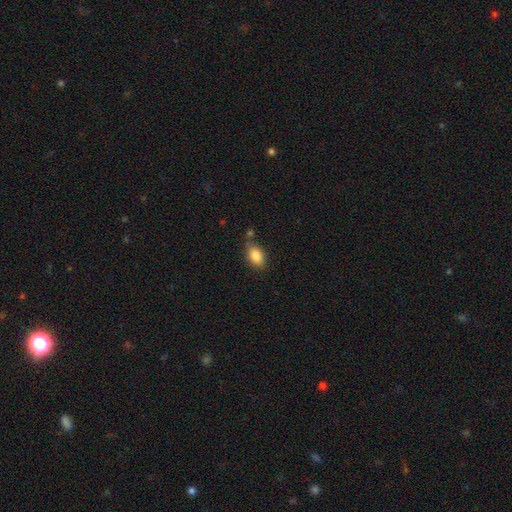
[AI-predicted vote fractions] This is clearly a smooth galaxy (85%). How rounded: clearly in between (86%). Merging: likely none (64%).